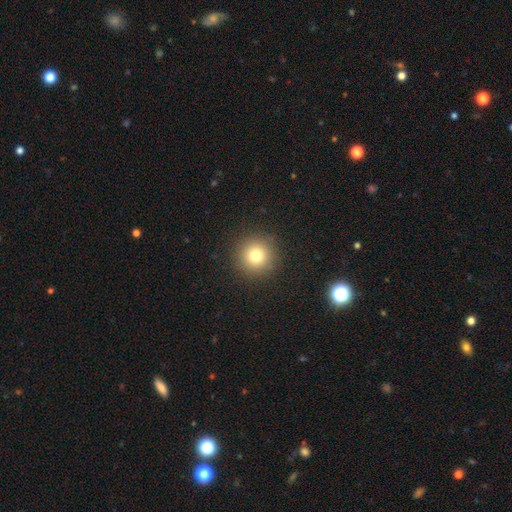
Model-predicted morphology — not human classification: smooth-or-featured: smooth: 78% | star or artifact: 13% | featured or disk: 9%
  how-rounded: round: 95% | in between: 4% | cigar-shaped: 1%
  merging: none: 91% | minor disturbance: 5% | major disturbance: 3% | merger: 1%